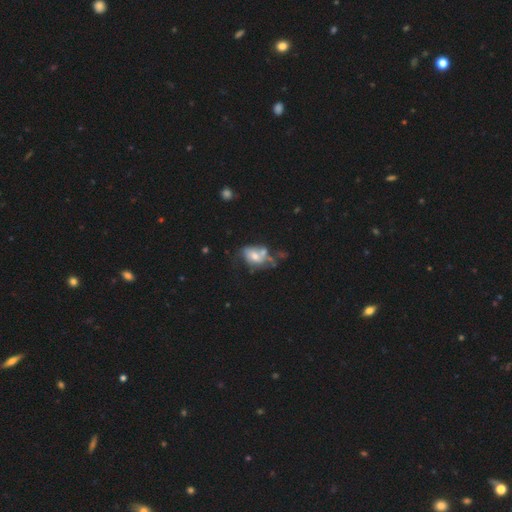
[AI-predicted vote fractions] smooth-or-featured: smooth: 45% (tied) | featured or disk: 45% (tied) | star or artifact: 10%
  merging: merger: 34% | none: 24% | minor disturbance: 21% | major disturbance: 21%